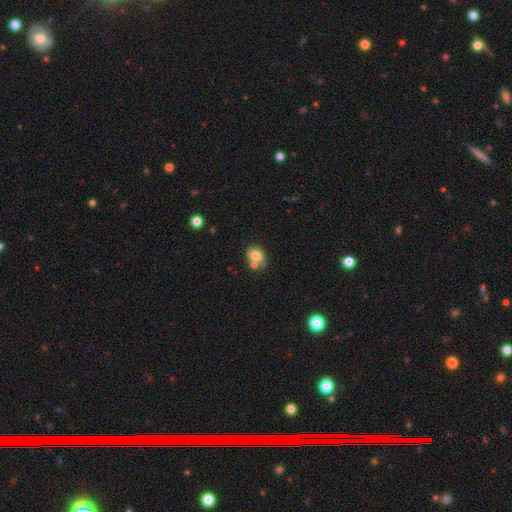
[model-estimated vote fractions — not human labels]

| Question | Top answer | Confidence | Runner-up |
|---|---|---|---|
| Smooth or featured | smooth | 75% | featured or disk (15%) |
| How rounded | in between | 57% | round (42%) |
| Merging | merger | 38% | none (36%) |